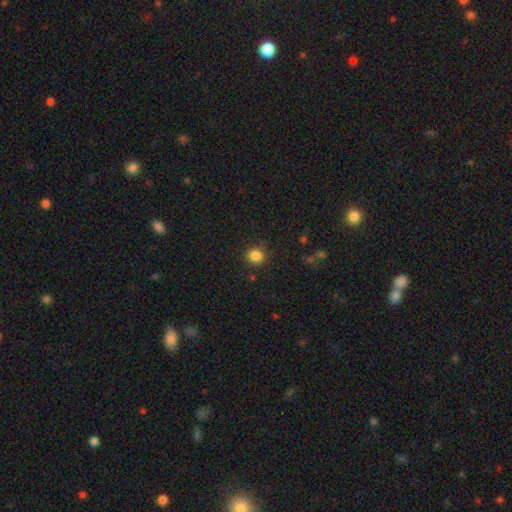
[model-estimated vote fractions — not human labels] Smooth or featured? smooth (85%)
How rounded? round (92%)
Merging? none (89%)